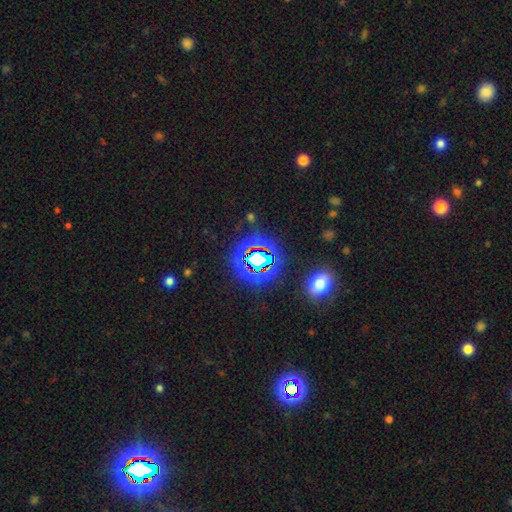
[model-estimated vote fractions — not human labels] This appears to be a star or artifact, not a galaxy (76%).